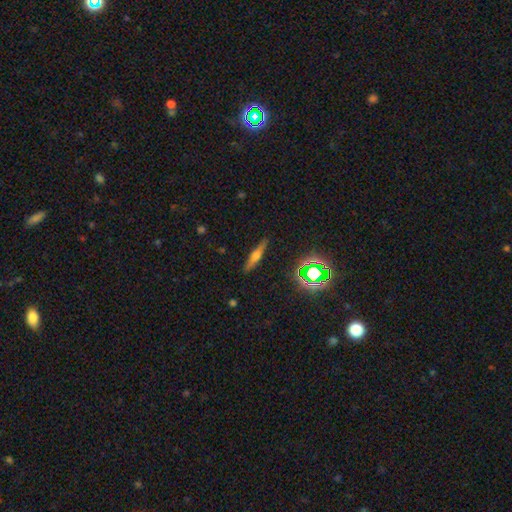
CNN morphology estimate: This is possibly a featured or disk galaxy (50%). It is clearly viewed edge-on (94%). Merging: clearly none (87%).